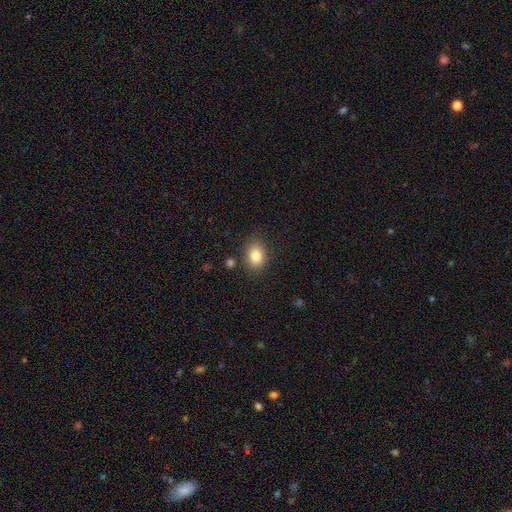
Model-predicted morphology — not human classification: Smooth or featured?
  - smooth: 83% *
  - star or artifact: 9%
  - featured or disk: 8%
How rounded?
  - in between: 68% *
  - round: 31%
  - cigar-shaped: 1%
Merging?
  - none: 83% *
  - minor disturbance: 11%
  - major disturbance: 3%
  - merger: 3%